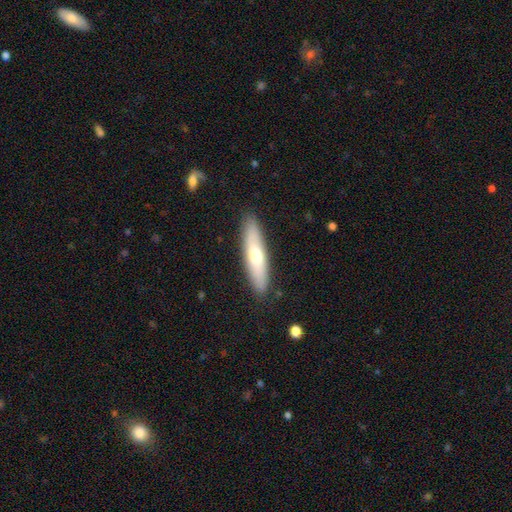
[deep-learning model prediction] smooth 59%, featured or disk 35%, star or artifact 6%. Down the decision tree: how rounded — cigar-shaped (73%); merging — none (88%).